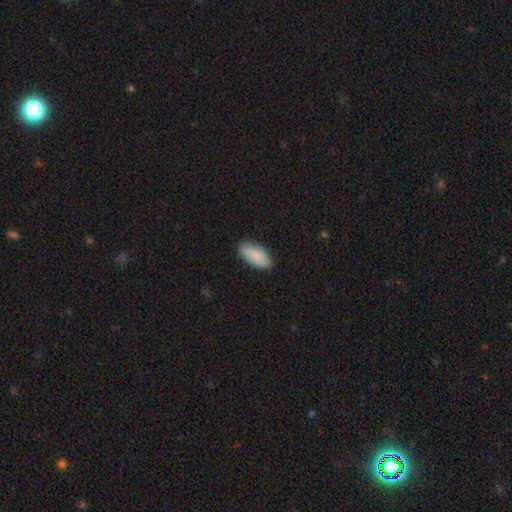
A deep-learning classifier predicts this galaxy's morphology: Smooth or featured: smooth — 88% (featured or disk — 6%)
How rounded: in between — 90% (cigar-shaped — 8%)
Merging: none — 85% (minor disturbance — 12%)